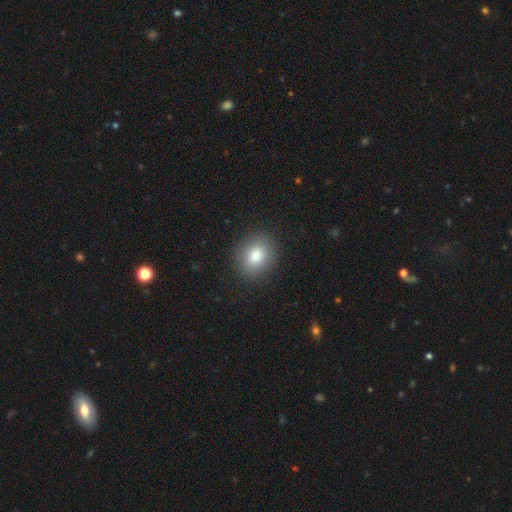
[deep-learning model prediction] Overall: smooth (82%). How rounded: round (63%; in between 36%). Merging: none (90%).